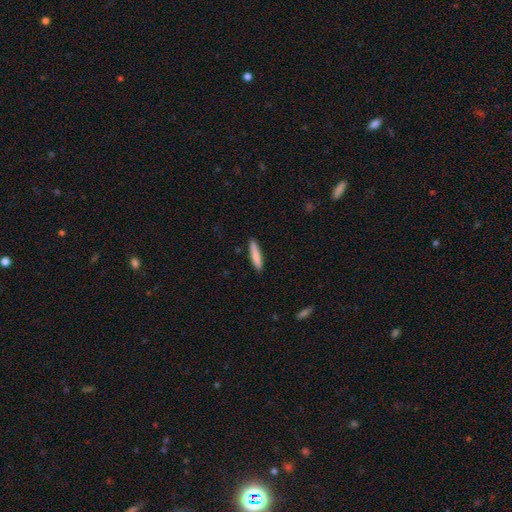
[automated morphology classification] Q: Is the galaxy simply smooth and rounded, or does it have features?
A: smooth — 83%.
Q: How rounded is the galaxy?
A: cigar-shaped — 89%.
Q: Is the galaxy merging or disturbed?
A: none — 89%.